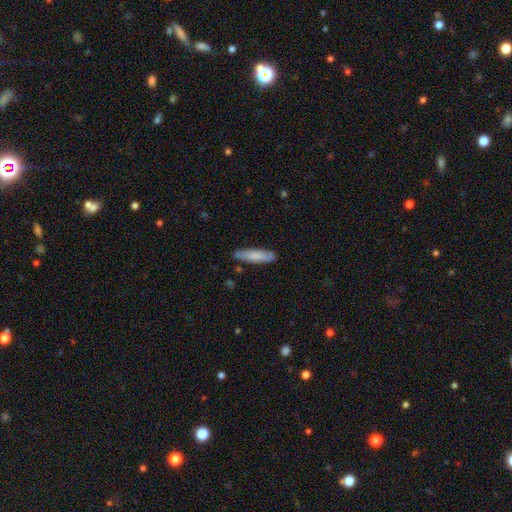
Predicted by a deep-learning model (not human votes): A smooth galaxy with no disk features (77%) that is cigar-shaped (78%).

Vote fractions:
- Smooth or featured? smooth: 77% / featured or disk: 18% / star or artifact: 5%
- How rounded? cigar-shaped: 78% / in between: 21% / round: 1%
- Merging? none: 83% / minor disturbance: 13% / major disturbance: 2% / merger: 2%